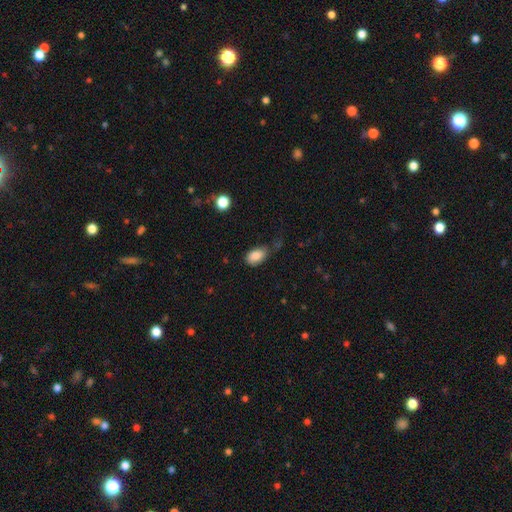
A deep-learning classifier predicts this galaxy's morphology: A smooth galaxy with no disk features (85%) that is in between round and cigar-shaped (91%). Merging: none (57%).